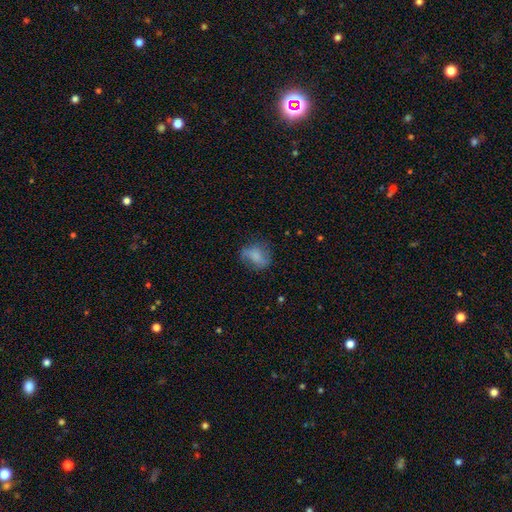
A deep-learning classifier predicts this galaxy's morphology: smooth 65%, featured or disk 25%, star or artifact 10%. Down the decision tree: how rounded — in between (57%); merging — none (60%).